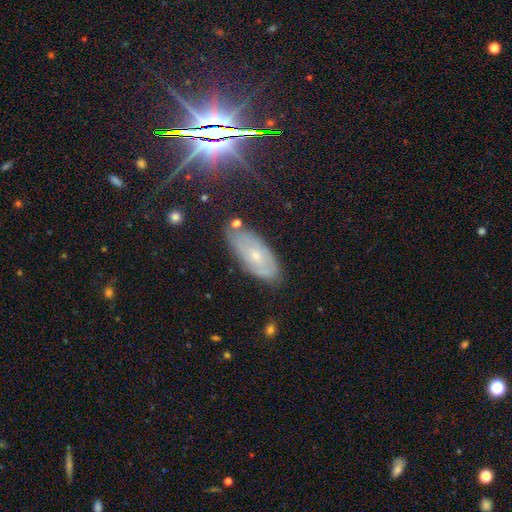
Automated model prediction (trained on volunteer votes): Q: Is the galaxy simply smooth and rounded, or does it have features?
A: featured or disk — 53%.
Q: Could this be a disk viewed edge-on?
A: no — 85%.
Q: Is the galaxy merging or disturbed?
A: none — 75%.